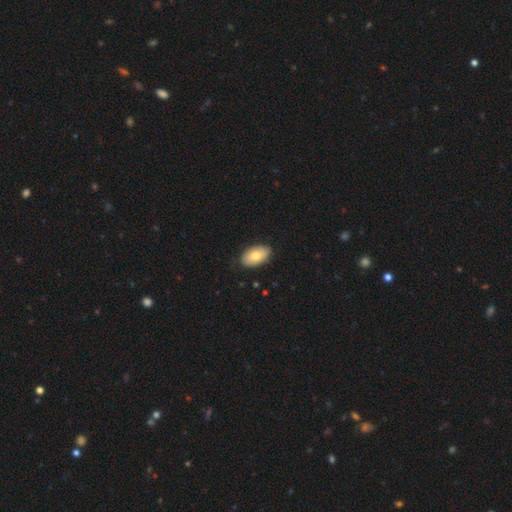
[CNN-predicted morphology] This is likely a smooth galaxy (74%). How rounded: clearly in between (93%). Merging: clearly none (84%).